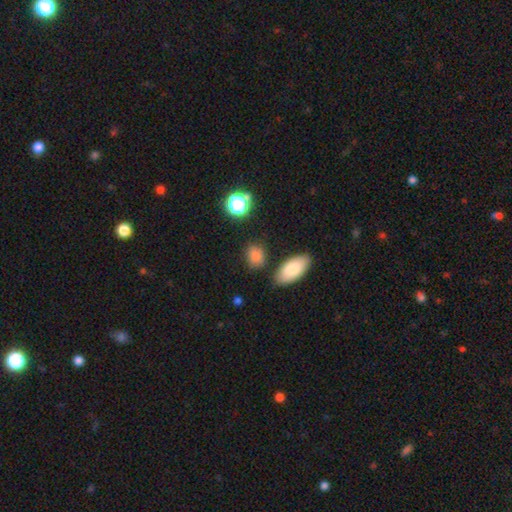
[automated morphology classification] type=smooth (82%); roundness=in between (55%); merging=none (75%).